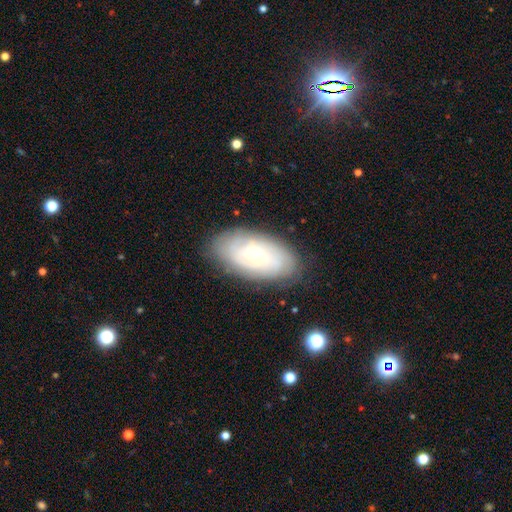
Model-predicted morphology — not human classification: type=featured or disk (60%); edge-on=no (91%); bar=no (79%); spiral arms=yes (65%); bulge=moderate (57%); merging=none (80%).